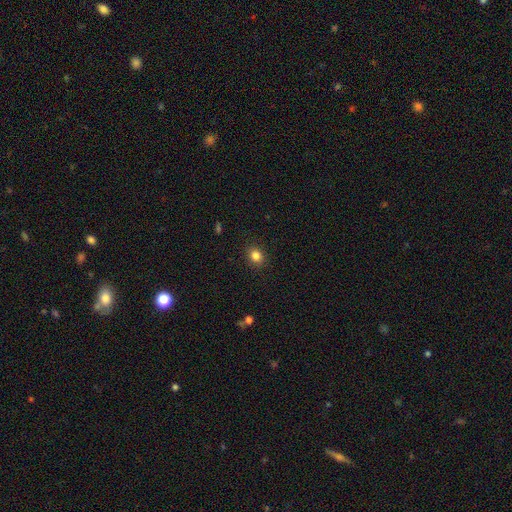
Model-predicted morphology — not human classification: smooth-or-featured: smooth: 84% | star or artifact: 11% | featured or disk: 5%
  how-rounded: round: 62% | in between: 37% | cigar-shaped: 1%
  merging: none: 89% | minor disturbance: 8% | major disturbance: 2% | merger: 1%